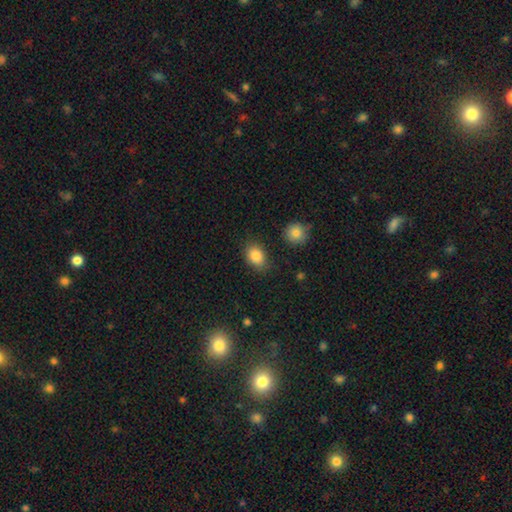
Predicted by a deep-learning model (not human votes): This appears to be a smooth galaxy with no disk features (86%) that is in between round and cigar-shaped (71%). Merging: none (78%).